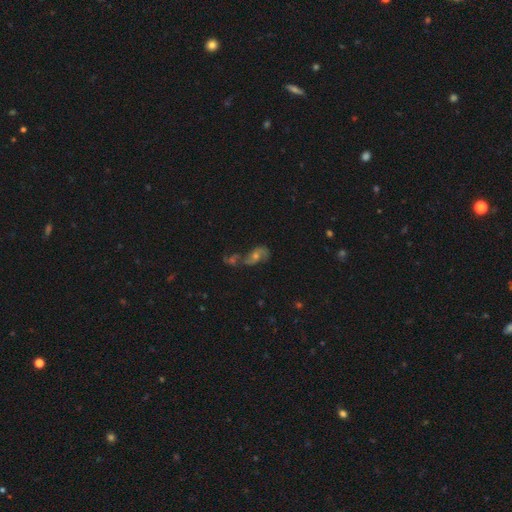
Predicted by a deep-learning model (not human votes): This is likely a featured or disk galaxy (61%). It is clearly not viewed edge-on (94%). Bar: likely no (64%). Spiral arm pattern: likely yes (79%). Central bulge: possibly moderate (58%). Merging: marginally none (37%).